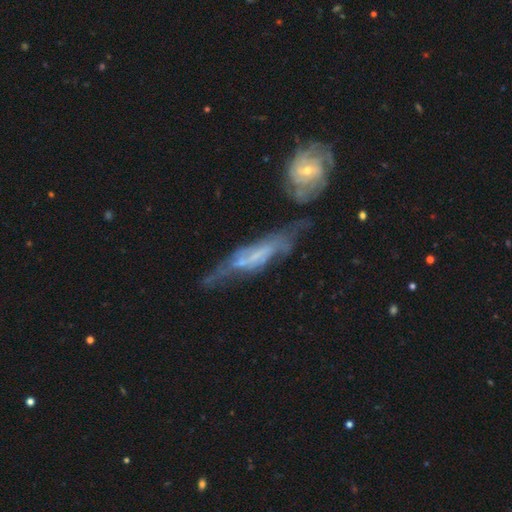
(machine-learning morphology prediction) type=featured or disk (71%); edge-on=no (60%); merging=none (37%).